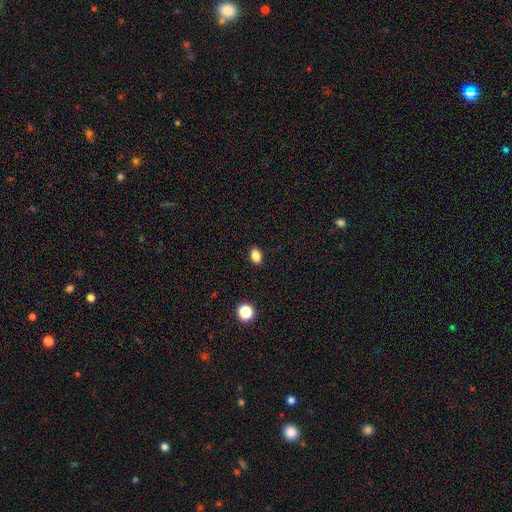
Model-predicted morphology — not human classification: The model was most divided on "how rounded": in between: 79%, round: 19%, cigar-shaped: 1%. More confident: merging — none (90%); smooth or featured — smooth (84%).